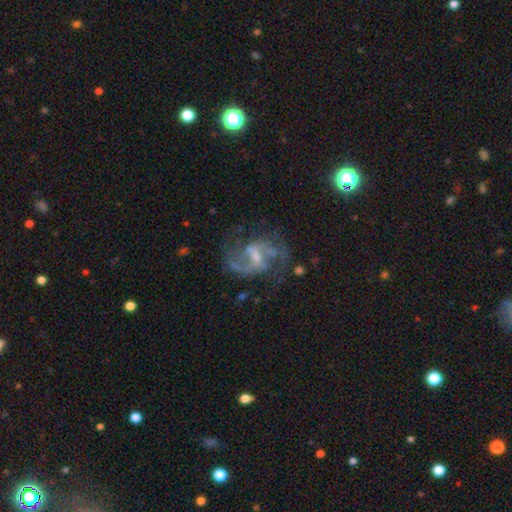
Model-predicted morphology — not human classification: Smooth or featured? featured or disk (86%)
Edge-on disk? no (98%)
Bar? weak (58%)
Spiral arms? yes (95%)
Spiral winding? medium (50%)
Spiral arm count? 2 (85%)
Bulge size? small (49%)
Merging? none (64%)